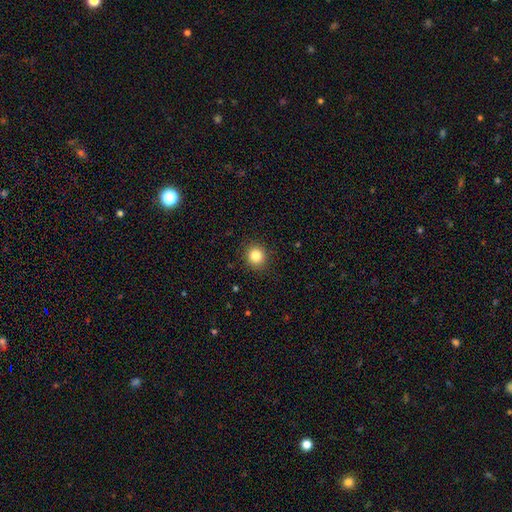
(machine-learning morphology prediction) Smooth or featured? Predicted: smooth (p=0.83). How rounded? Predicted: round (p=0.88). Merging? Predicted: none (p=0.91).